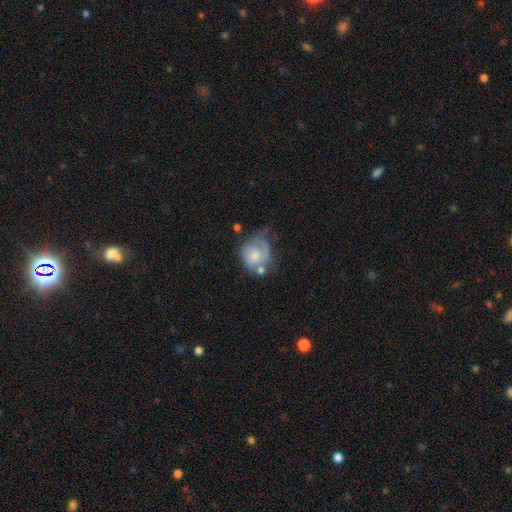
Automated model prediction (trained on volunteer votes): Q: Smooth or featured?
A: featured or disk (47%); runner-up: smooth (46%)
Q: Merging?
A: none (30%); runner-up: minor disturbance (29%)